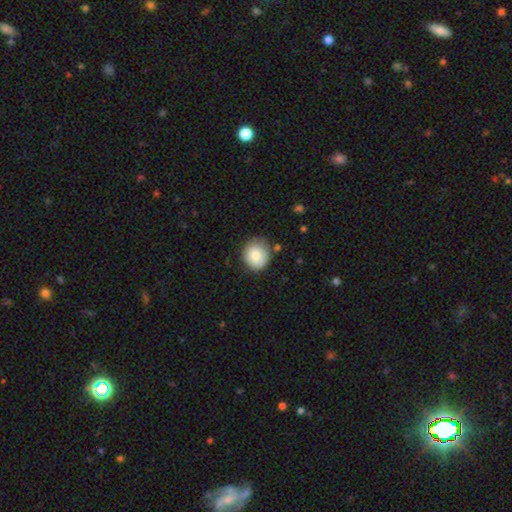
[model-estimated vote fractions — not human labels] This is clearly a smooth galaxy (83%). How rounded: likely round (77%). Merging: likely none (76%).